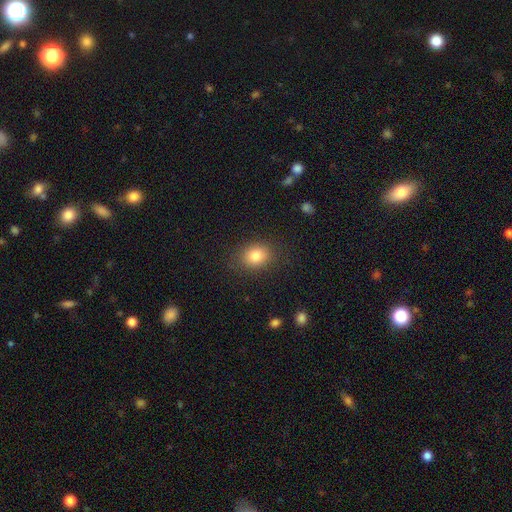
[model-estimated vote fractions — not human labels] Morphology: type=smooth (82%); roundness=in between (55%); merging=none (84%).